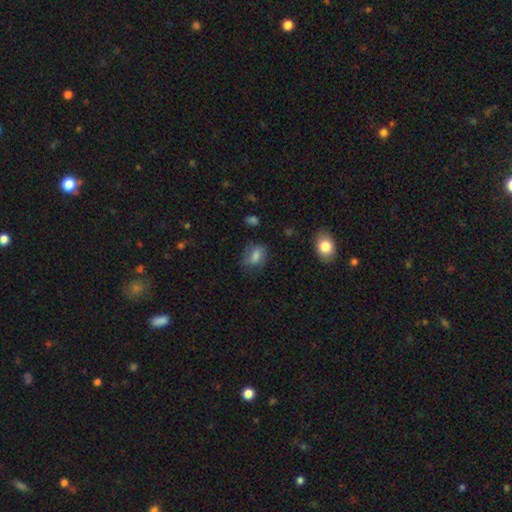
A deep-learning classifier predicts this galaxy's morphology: Overall: smooth (76%). How rounded: in between (74%). Merging: none (62%; minor disturbance 25%).